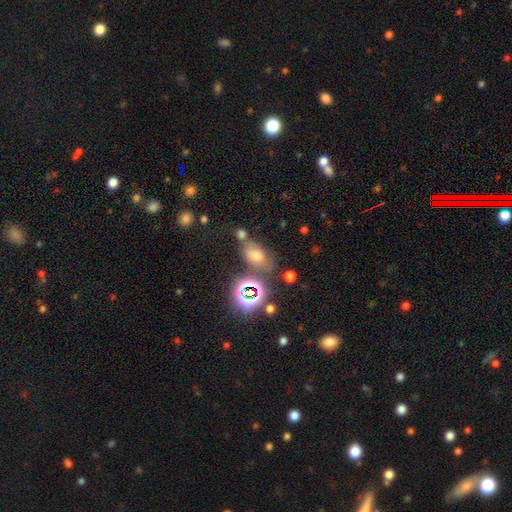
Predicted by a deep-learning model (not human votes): Morphology: type=smooth (53%); roundness=in between (78%); merging=none (62%).